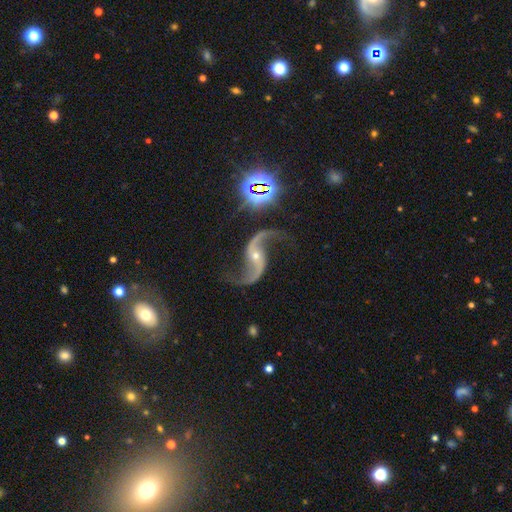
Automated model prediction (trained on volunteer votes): Smooth or featured: featured or disk — 91% (star or artifact — 7%)
Edge-on disk: no — 97% (yes — 3%)
Bar: no — 55% (weak — 27%)
Spiral arms: yes — 98% (no — 2%)
Spiral winding: loose — 87% (medium — 10%)
Spiral arm count: 2 — 95% (1 — 1%)
Bulge size: small — 66% (moderate — 30%)
Merging: none — 74% (minor disturbance — 14%)